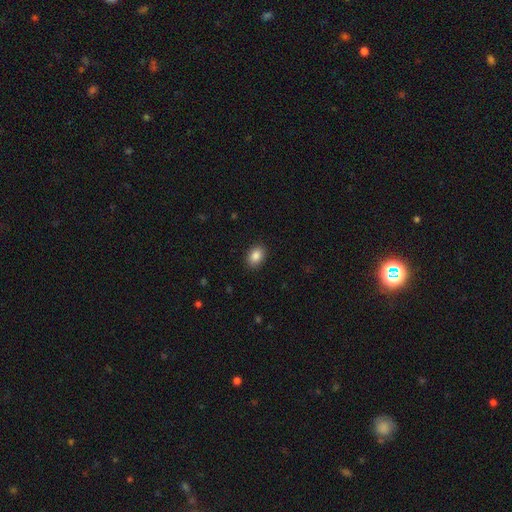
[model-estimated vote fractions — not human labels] The model was most divided on "how rounded": in between: 78%, round: 21%, cigar-shaped: 1%. More confident: merging — none (89%); smooth or featured — smooth (87%).